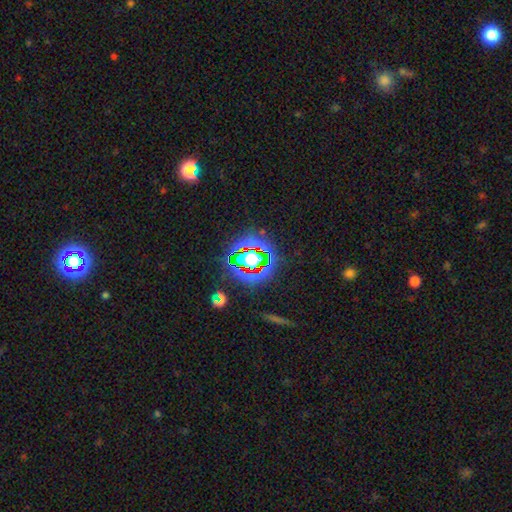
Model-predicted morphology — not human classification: A star or artifact, not a galaxy (79%).

Vote fractions:
- Smooth or featured? star or artifact: 79% / smooth: 12% / featured or disk: 9%